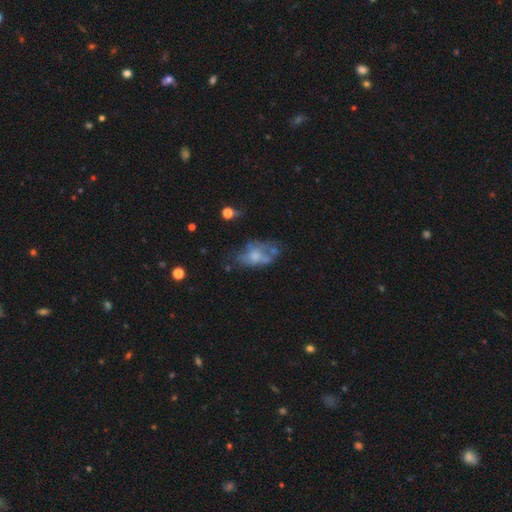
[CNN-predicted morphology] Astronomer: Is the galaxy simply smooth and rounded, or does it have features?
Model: featured or disk — 48% (runner-up: smooth, 42%).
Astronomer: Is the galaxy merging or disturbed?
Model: none — 34% (runner-up: major disturbance, 30%).